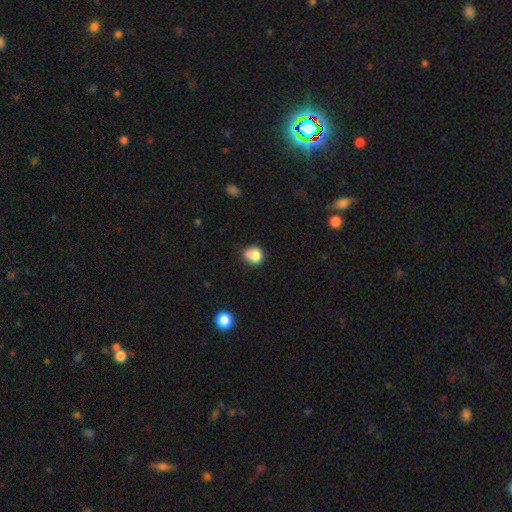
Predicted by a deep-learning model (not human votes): Smooth or featured: smooth — 78% (featured or disk — 12%)
How rounded: round — 69% (in between — 30%)
Merging: none — 44% (merger — 25%)